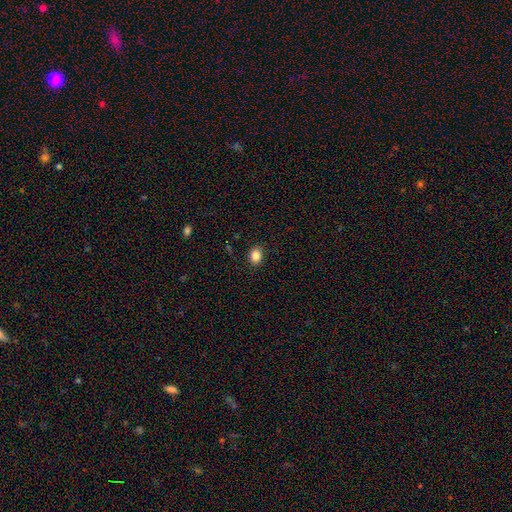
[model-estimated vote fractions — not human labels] A smooth galaxy with no disk features (85%) that is in between round and cigar-shaped (57%). Merging: none (89%).